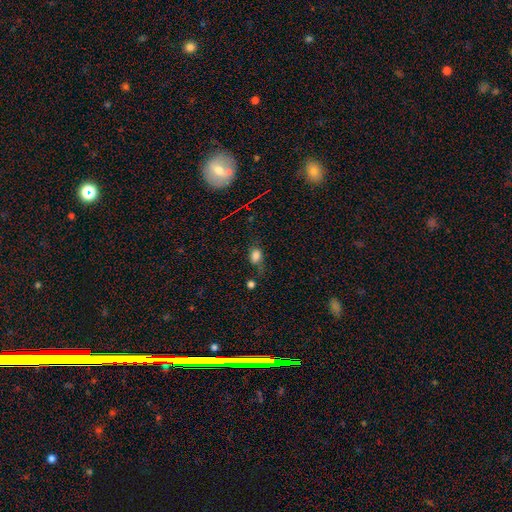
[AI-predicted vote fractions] A smooth galaxy with no disk features (76%) that is in between round and cigar-shaped (72%).

Vote fractions:
- Smooth or featured? smooth: 76% / star or artifact: 16% / featured or disk: 8%
- How rounded? in between: 72% / round: 26% / cigar-shaped: 2%
- Merging? none: 46% / minor disturbance: 31% / major disturbance: 17% / merger: 6%